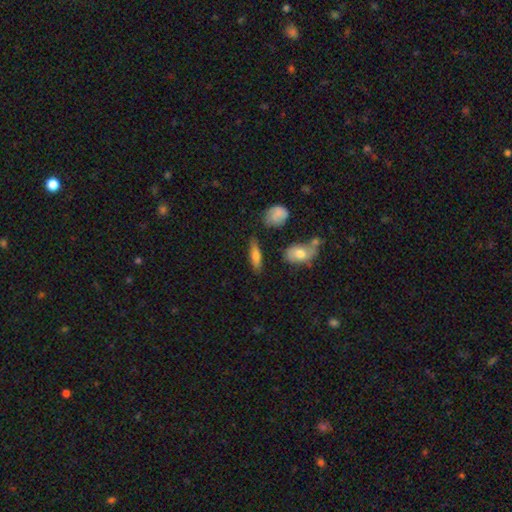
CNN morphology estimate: A smooth galaxy with no disk features (72%) that is in between round and cigar-shaped (50%). Merging: none (72%).